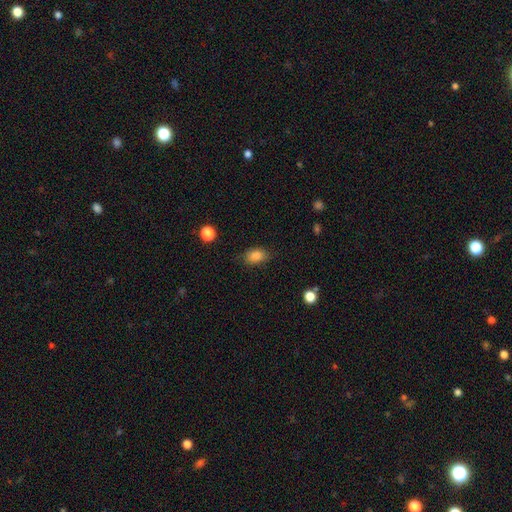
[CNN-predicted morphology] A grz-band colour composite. It shows a smooth galaxy with no disk features (85%) that is in between round and cigar-shaped (82%). Merging: none (79%).